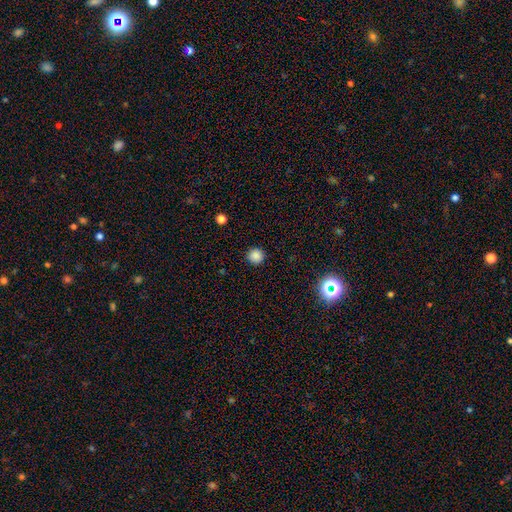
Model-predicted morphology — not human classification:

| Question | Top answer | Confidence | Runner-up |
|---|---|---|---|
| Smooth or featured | smooth | 85% | star or artifact (12%) |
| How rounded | round | 95% | in between (4%) |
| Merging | none | 92% | minor disturbance (5%) |